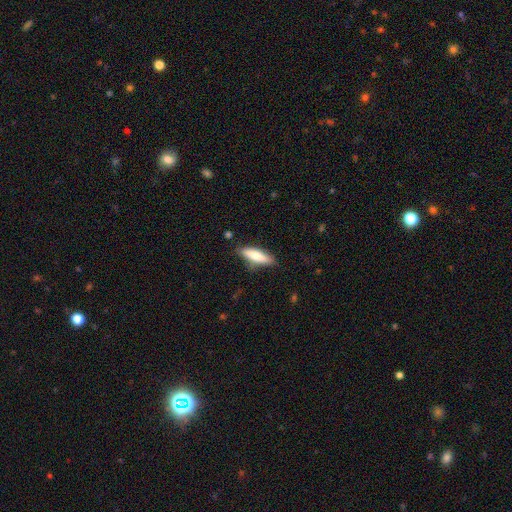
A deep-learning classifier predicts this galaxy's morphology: The model was most divided on "how rounded": cigar-shaped: 54%, in between: 44%, round: 2%. More confident: merging — none (79%); smooth or featured — smooth (72%).